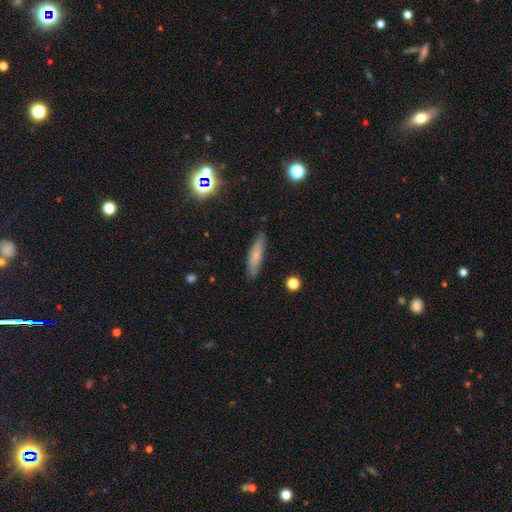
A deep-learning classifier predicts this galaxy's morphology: This is likely a smooth galaxy (70%). How rounded: likely cigar-shaped (72%). Merging: clearly none (83%).